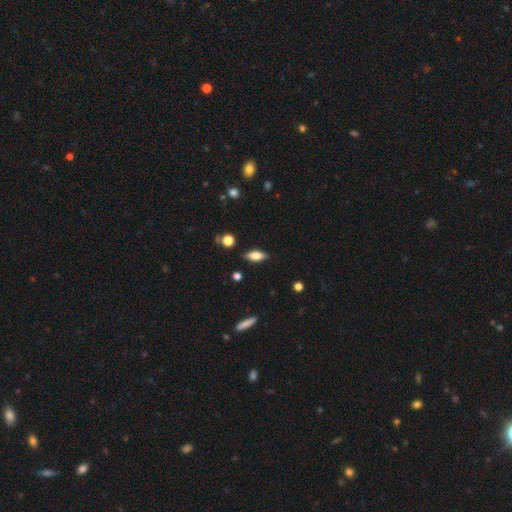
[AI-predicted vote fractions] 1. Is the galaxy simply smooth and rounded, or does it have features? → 72% smooth, 20% featured or disk, 8% star or artifact.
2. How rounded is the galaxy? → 74% in between, 23% cigar-shaped, 3% round.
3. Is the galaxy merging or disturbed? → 84% none, 12% minor disturbance, 3% major disturbance, 2% merger.